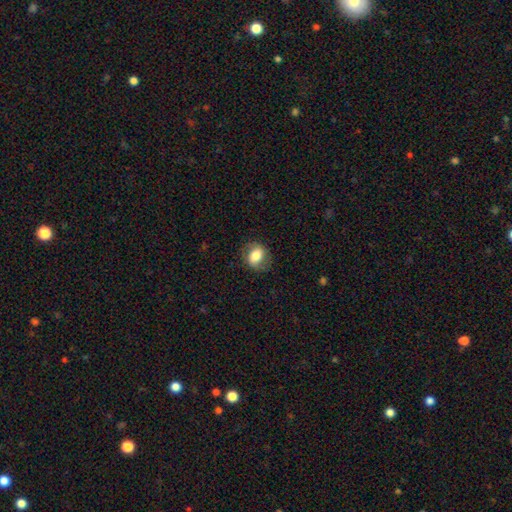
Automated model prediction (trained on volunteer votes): Smooth or featured: smooth — 68% (featured or disk — 24%)
How rounded: in between — 57% (round — 42%)
Merging: none — 76% (minor disturbance — 16%)